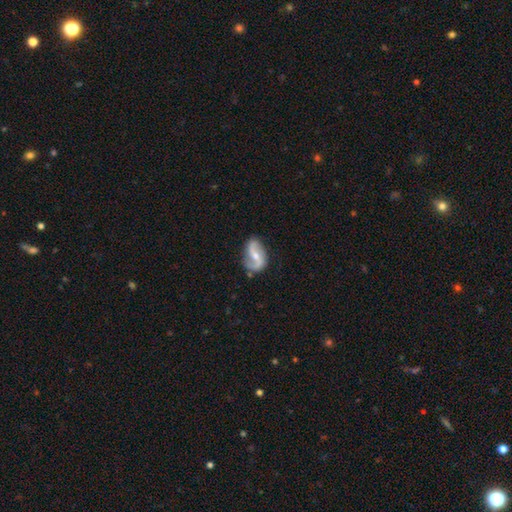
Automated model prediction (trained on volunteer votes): featured or disk 82%, smooth 13%, star or artifact 5%. Down the decision tree: edge-on disk — no (97%); bar — weak (42%); spiral arms — yes (94%); spiral arm count — 2 (88%); spiral winding — loose (64%); bulge size — moderate (50%); merging — none (70%).